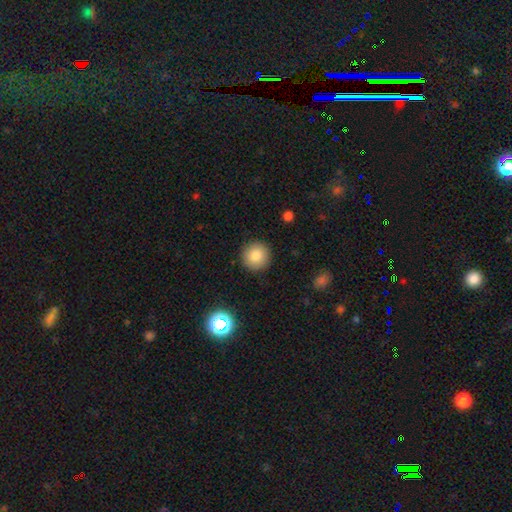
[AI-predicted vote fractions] smooth 84%, star or artifact 9%, featured or disk 6%. Down the decision tree: how rounded — round (94%); merging — none (91%).